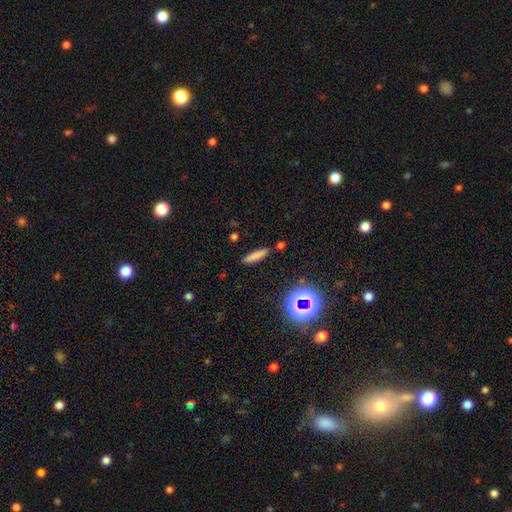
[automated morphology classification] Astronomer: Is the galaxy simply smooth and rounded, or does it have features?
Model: smooth — 77%.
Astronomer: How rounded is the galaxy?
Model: cigar-shaped — 81%.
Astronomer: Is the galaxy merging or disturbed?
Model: none — 84%.